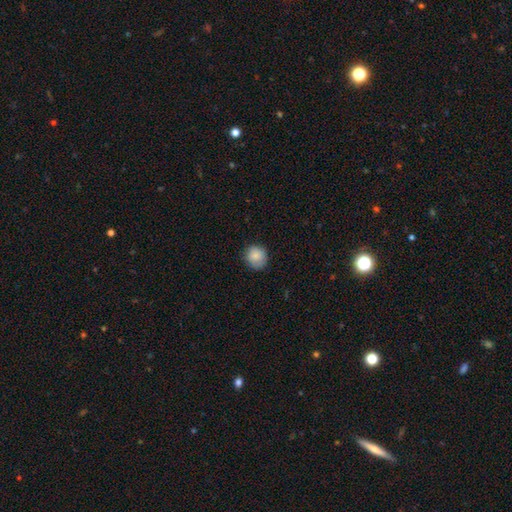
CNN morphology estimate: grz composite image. It shows a smooth galaxy with no disk features (86%) that is round (86%). Merging: none (82%).